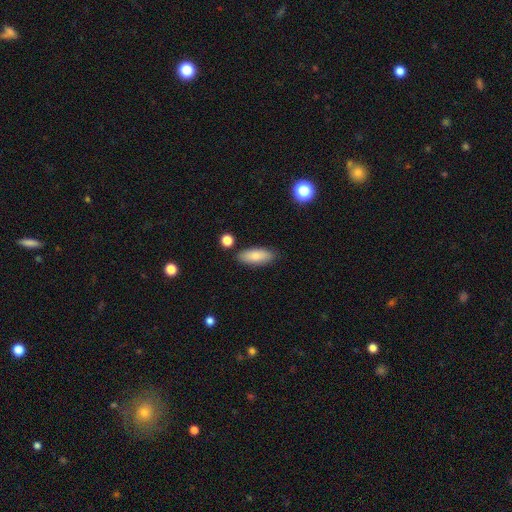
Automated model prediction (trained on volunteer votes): This appears to be a smooth galaxy with no disk features (82%) that is in between round and cigar-shaped (76%). Merging: none (84%).